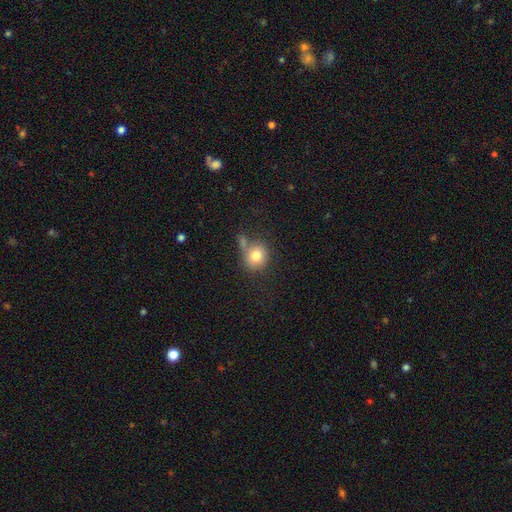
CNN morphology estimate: smooth 78%, featured or disk 11%, star or artifact 11%. Down the decision tree: how rounded — round (84%); merging — none (56%).